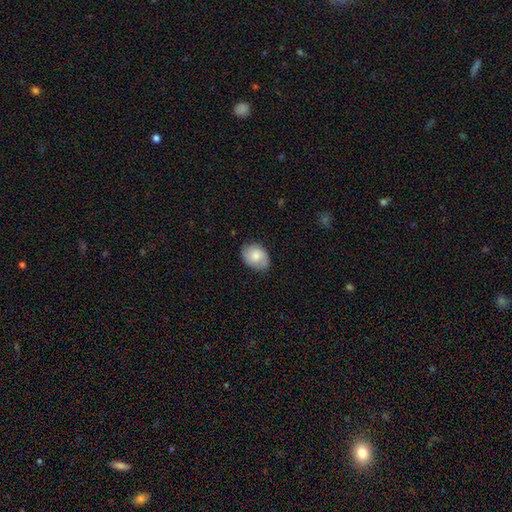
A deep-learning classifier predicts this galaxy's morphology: Smooth or featured: smooth — 67% (featured or disk — 26%)
How rounded: in between — 70% (round — 29%)
Merging: none — 78% (minor disturbance — 17%)